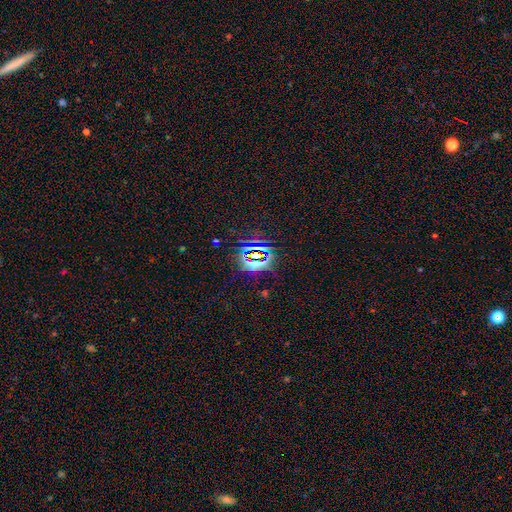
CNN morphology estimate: smooth-or-featured: star or artifact: 78% | smooth: 13% | featured or disk: 9%